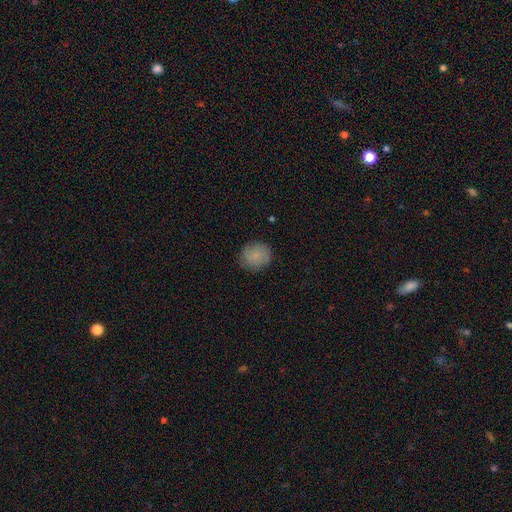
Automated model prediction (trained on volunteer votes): smooth_or_featured: smooth (p=0.83) [alt: featured or disk p=0.09]
how_rounded: round (p=0.86) [alt: in between p=0.13]
merging: none (p=0.83) [alt: minor disturbance p=0.13]